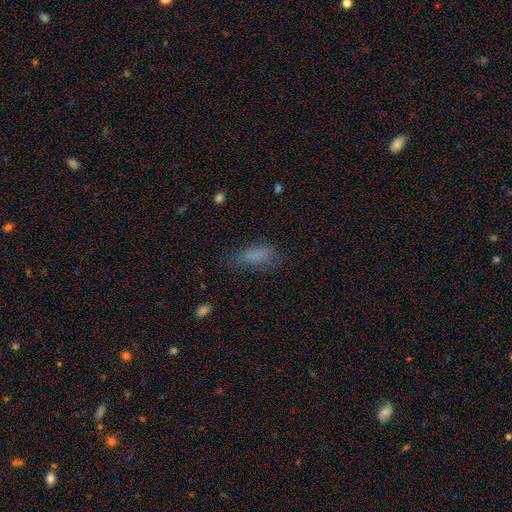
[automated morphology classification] The model was most divided on "merging": none: 54%, minor disturbance: 27%, major disturbance: 17%, merger: 2%. More confident: smooth or featured — smooth (75%); how rounded — in between (67%).